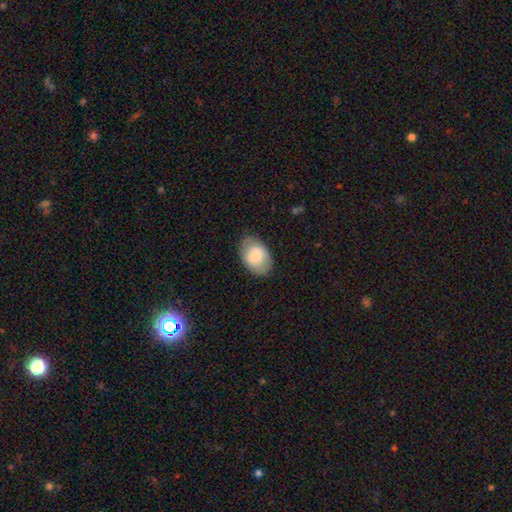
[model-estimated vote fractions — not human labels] Smooth or featured: smooth — 79% (featured or disk — 15%)
How rounded: in between — 88% (round — 11%)
Merging: none — 82% (minor disturbance — 14%)